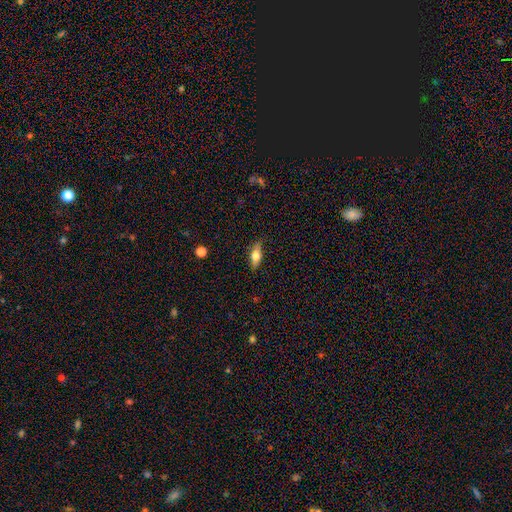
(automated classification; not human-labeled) Smooth or featured? Predicted: smooth (p=0.54). How rounded? Predicted: in between (p=0.62). Merging? Predicted: none (p=0.85).